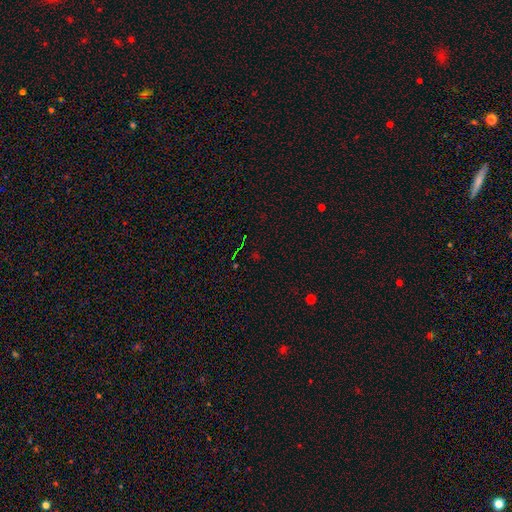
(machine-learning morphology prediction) Smooth or featured? Predicted: star or artifact (p=0.71).